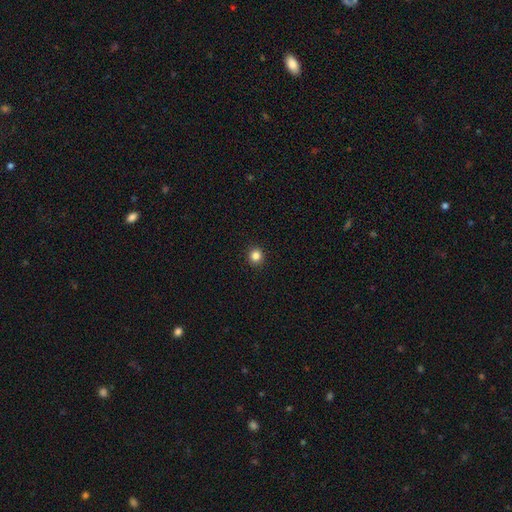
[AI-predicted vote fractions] smooth_or_featured: smooth (p=0.84) [alt: star or artifact p=0.12]
how_rounded: round (p=0.93) [alt: in between p=0.06]
merging: none (p=0.93) [alt: minor disturbance p=0.04]